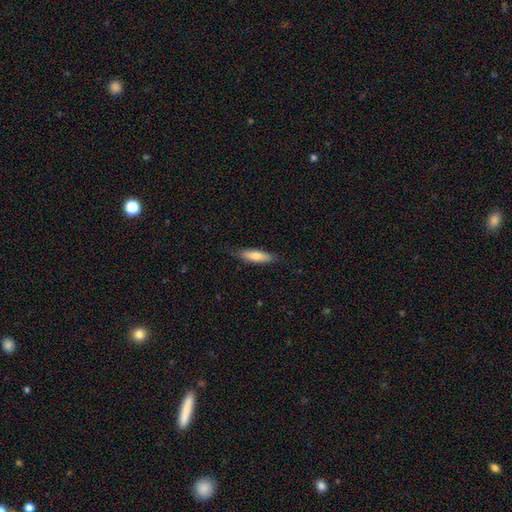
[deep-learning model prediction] A smooth galaxy with no disk features (74%) that is cigar-shaped (65%). Merging: none (81%).